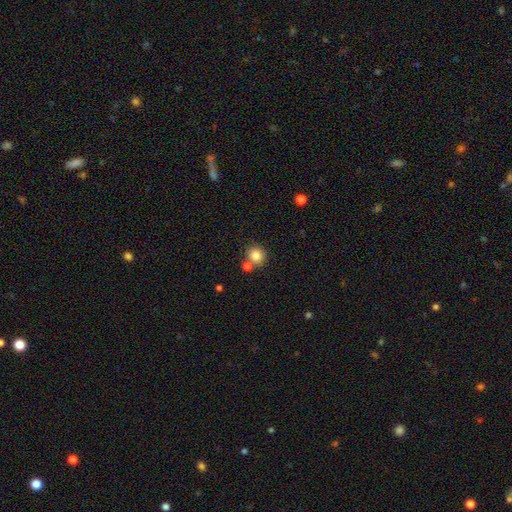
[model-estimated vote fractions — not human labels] Smooth or featured: smooth — 83% (star or artifact — 10%)
How rounded: round — 90% (in between — 9%)
Merging: none — 67% (merger — 22%)